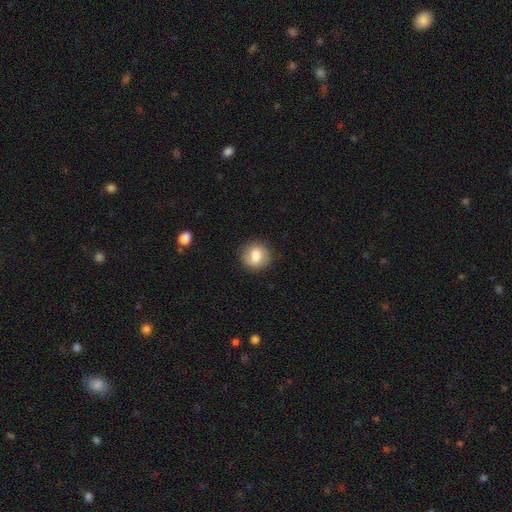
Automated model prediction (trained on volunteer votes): Morphology: type=smooth (75%); roundness=round (84%); merging=none (86%).